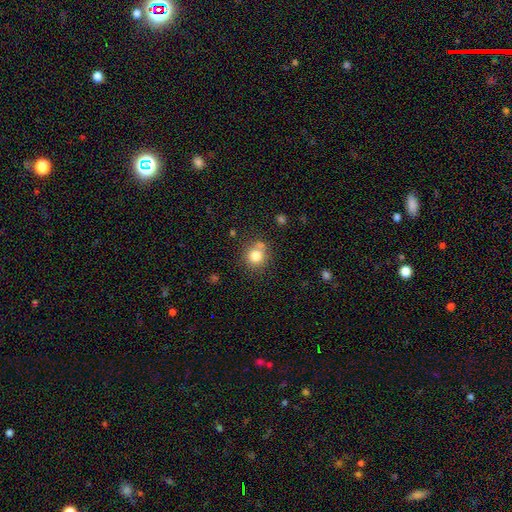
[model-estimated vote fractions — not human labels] This is likely a smooth galaxy (80%). How rounded: clearly round (88%). Merging: likely none (68%).